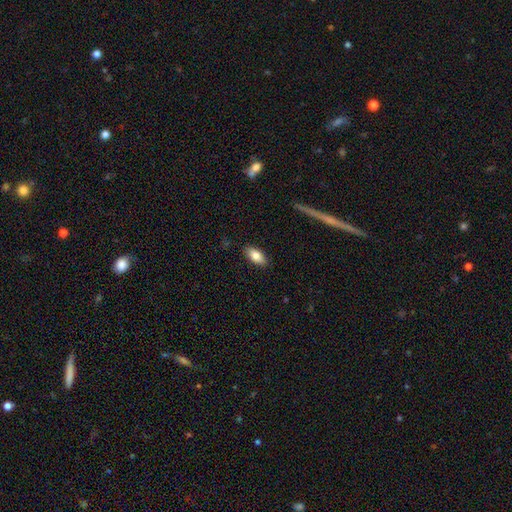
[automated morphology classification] Smooth or featured?
  - smooth: 82% *
  - featured or disk: 11%
  - star or artifact: 7%
How rounded?
  - in between: 89% *
  - cigar-shaped: 8%
  - round: 3%
Merging?
  - none: 88% *
  - minor disturbance: 9%
  - major disturbance: 2%
  - merger: 1%